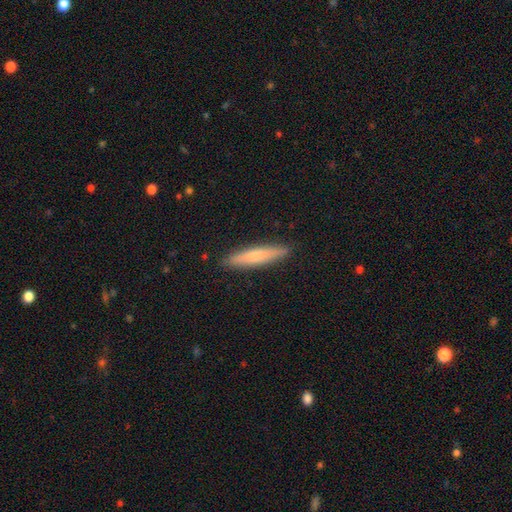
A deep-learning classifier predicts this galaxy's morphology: Overall: smooth (70%). How rounded: cigar-shaped (90%). Merging: none (90%).